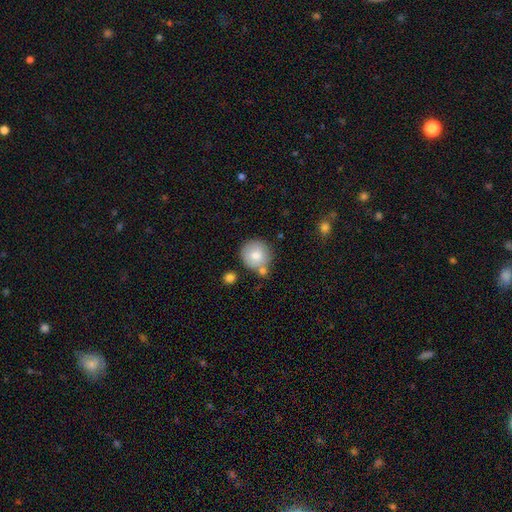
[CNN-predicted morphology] smooth_or_featured: smooth (p=0.80) [alt: featured or disk p=0.13]
how_rounded: round (p=0.91) [alt: in between p=0.08]
merging: none (p=0.67) [alt: minor disturbance p=0.15]